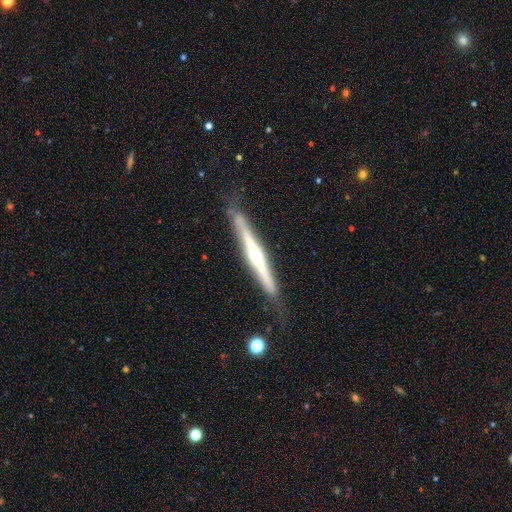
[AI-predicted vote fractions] Q: Smooth or featured?
A: featured or disk (76%); runner-up: smooth (19%)
Q: Edge-on disk?
A: yes (96%); runner-up: no (4%)
Q: Edge-on bulge?
A: rounded (83%); runner-up: none (13%)
Q: Merging?
A: none (75%); runner-up: minor disturbance (18%)